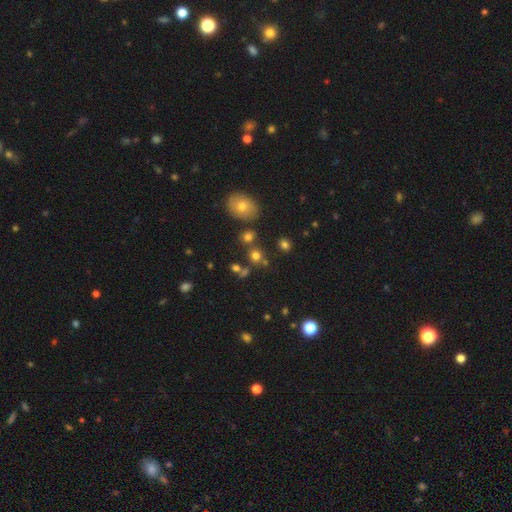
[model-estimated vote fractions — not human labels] Smooth or featured?
  - smooth: 73% *
  - star or artifact: 18%
  - featured or disk: 9%
How rounded?
  - round: 79% *
  - in between: 19%
  - cigar-shaped: 1%
Merging?
  - none: 67% *
  - merger: 20%
  - minor disturbance: 9%
  - major disturbance: 4%